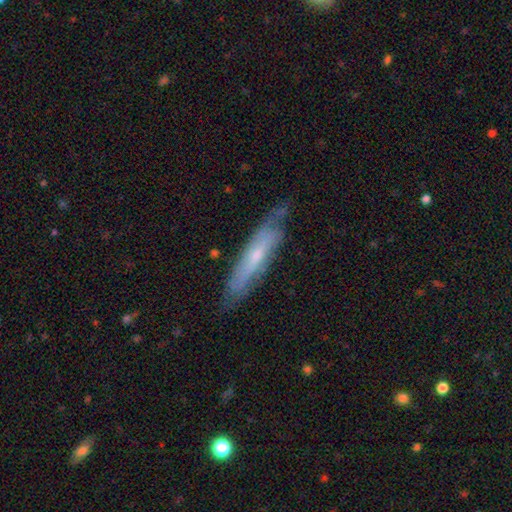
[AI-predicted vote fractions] smooth_or_featured: featured or disk (p=0.57) [alt: smooth p=0.37]
disk_edge_on: yes (p=0.58) [alt: no p=0.42]
merging: none (p=0.70) [alt: minor disturbance p=0.23]